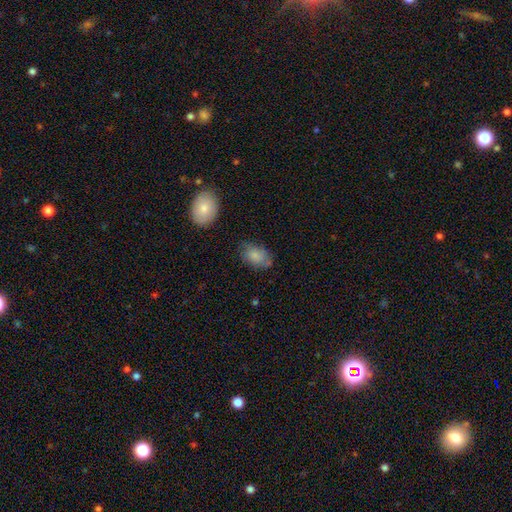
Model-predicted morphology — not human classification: Smooth or featured? smooth (77%)
How rounded? in between (88%)
Merging? none (68%)